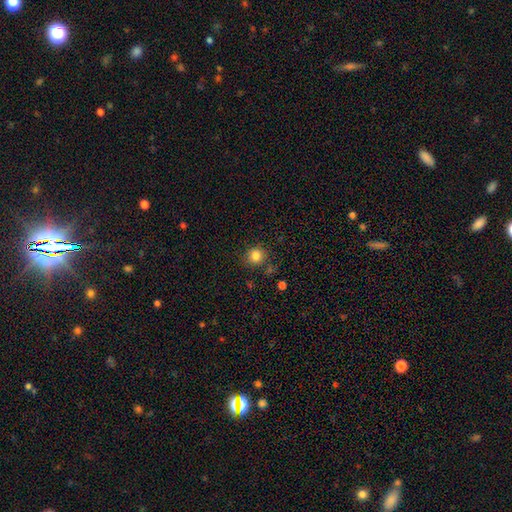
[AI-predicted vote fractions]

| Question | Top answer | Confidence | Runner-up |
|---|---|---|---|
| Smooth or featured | smooth | 83% | star or artifact (11%) |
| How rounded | round | 89% | in between (10%) |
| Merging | none | 83% | minor disturbance (10%) |